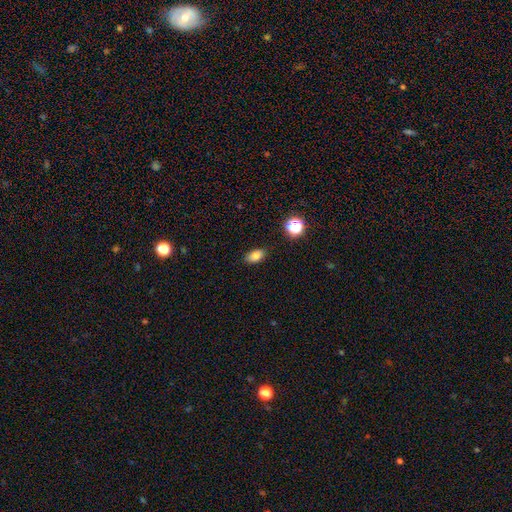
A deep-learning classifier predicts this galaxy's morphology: Overall: smooth (81%). How rounded: in between (88%). Merging: none (86%).